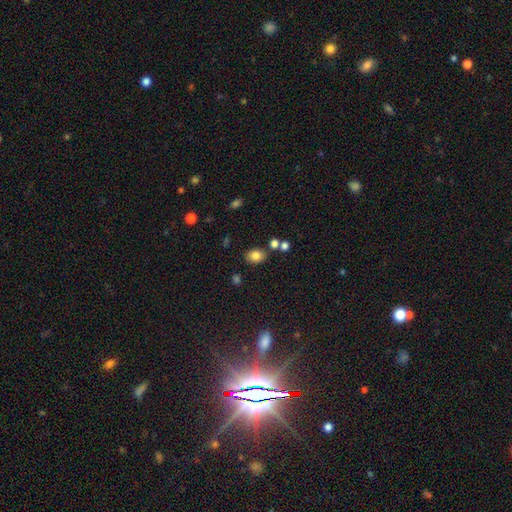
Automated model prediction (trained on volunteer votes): Overall: smooth (82%). How rounded: in between (73%). Merging: none (77%).